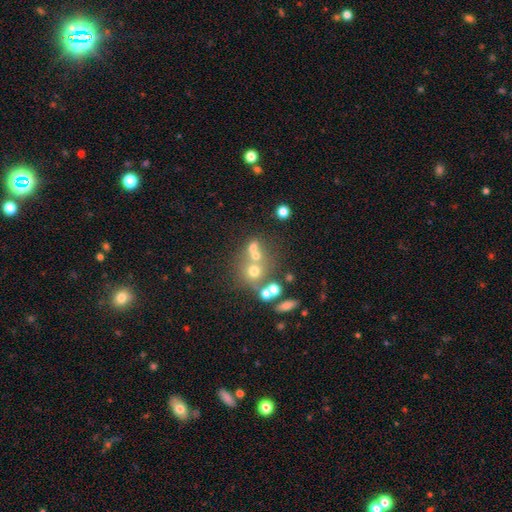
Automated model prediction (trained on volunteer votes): Morphology: type=smooth (58%); roundness=round (78%); merging=none (44%).